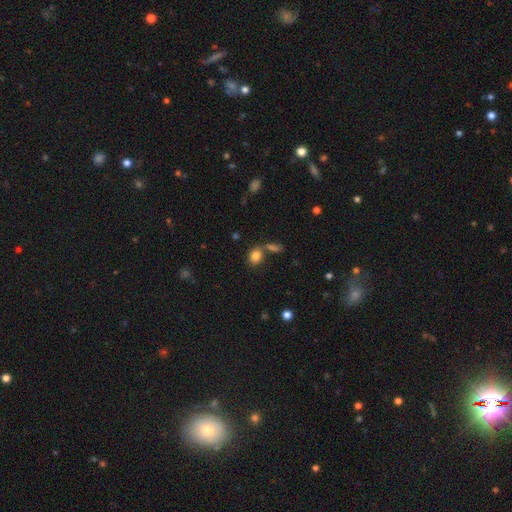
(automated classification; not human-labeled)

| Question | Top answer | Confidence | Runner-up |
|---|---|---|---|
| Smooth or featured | smooth | 84% | star or artifact (10%) |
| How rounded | in between | 62% | round (36%) |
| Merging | none | 61% | merger (22%) |